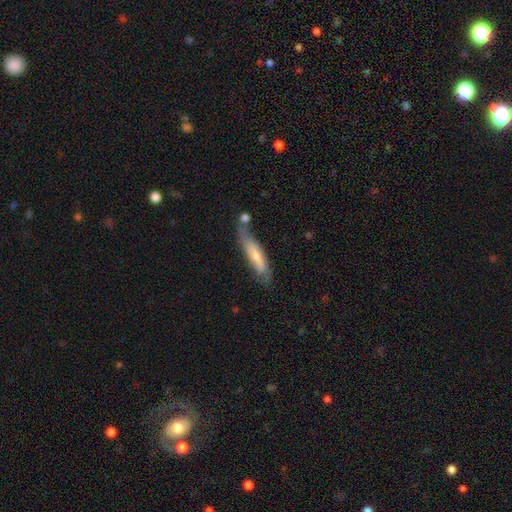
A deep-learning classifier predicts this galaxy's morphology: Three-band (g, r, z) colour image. It shows a smooth galaxy with no disk features (53%) that is cigar-shaped (73%). Merging: none (49%).